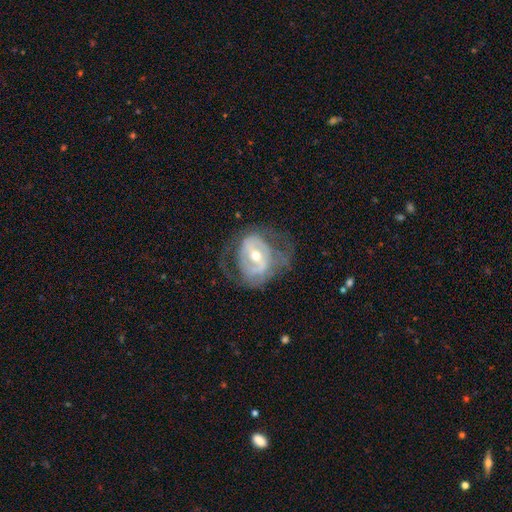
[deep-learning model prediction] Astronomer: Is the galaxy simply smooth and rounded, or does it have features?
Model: featured or disk — 80%.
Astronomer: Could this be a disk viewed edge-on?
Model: no — 95%.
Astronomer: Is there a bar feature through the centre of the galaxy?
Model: strong — 44% (runner-up: weak, 37%).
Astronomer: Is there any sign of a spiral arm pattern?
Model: yes — 72%.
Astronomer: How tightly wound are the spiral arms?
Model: medium — 42% (runner-up: tight, 32%).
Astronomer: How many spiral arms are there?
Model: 2 — 63%.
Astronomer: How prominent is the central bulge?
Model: moderate — 56% (runner-up: small, 39%).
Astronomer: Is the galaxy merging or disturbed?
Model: none — 53%.